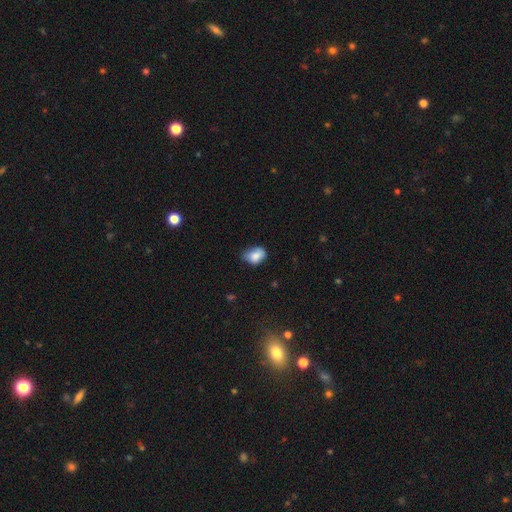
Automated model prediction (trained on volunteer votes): Morphology: type=smooth (81%); roundness=in between (75%); merging=none (50%).